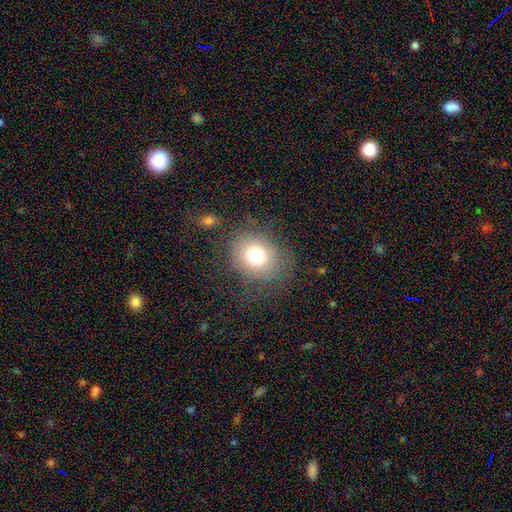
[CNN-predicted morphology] A smooth galaxy with no disk features (73%) that is round (71%).

Vote fractions:
- Smooth or featured? smooth: 73% / star or artifact: 14% / featured or disk: 13%
- How rounded? round: 71% / in between: 28% / cigar-shaped: 1%
- Merging? none: 74% / minor disturbance: 14% / major disturbance: 9% / merger: 2%